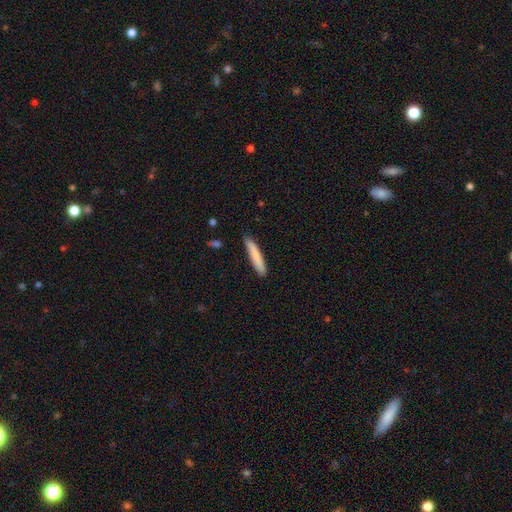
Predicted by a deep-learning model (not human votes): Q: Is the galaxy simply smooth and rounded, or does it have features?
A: smooth — 82%.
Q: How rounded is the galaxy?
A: cigar-shaped — 92%.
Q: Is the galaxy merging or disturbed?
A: none — 87%.